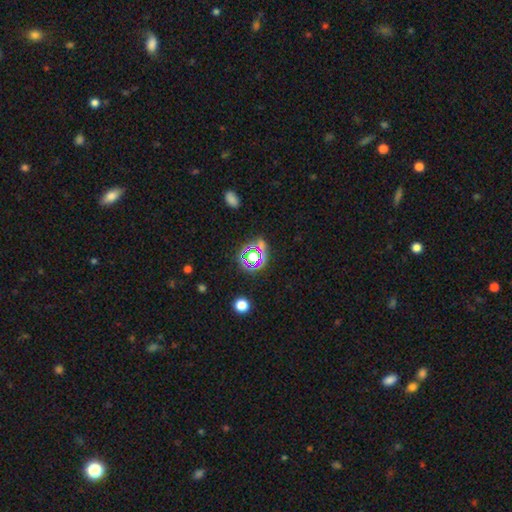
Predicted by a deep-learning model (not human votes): Smooth or featured? star or artifact (62%)